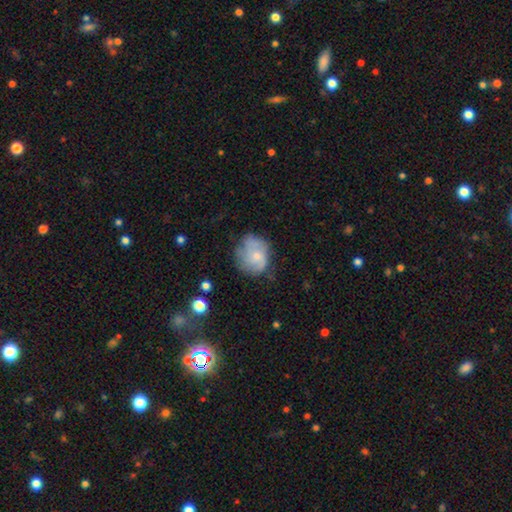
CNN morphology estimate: Smooth or featured? Predicted: smooth (p=0.50). Merging? Predicted: none (p=0.51).